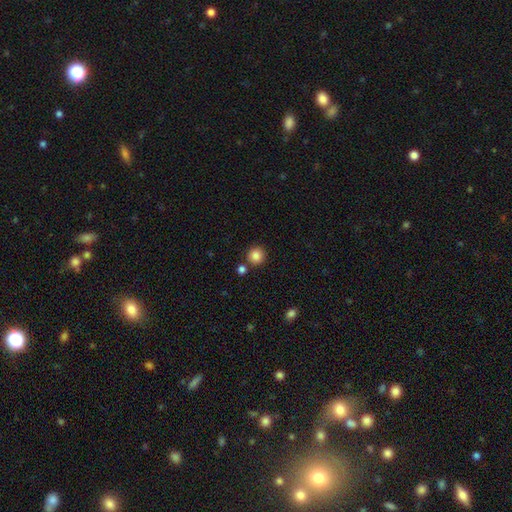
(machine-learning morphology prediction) Smooth or featured? Predicted: smooth (p=0.85). How rounded? Predicted: round (p=0.93). Merging? Predicted: none (p=0.83).